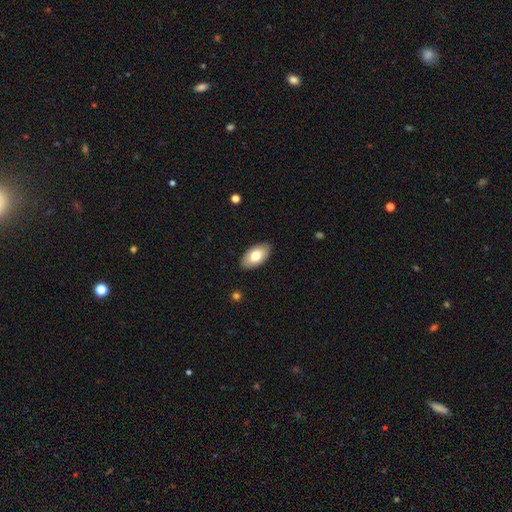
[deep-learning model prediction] A smooth galaxy with no disk features (75%) that is in between round and cigar-shaped (95%).

Vote fractions:
- Smooth or featured? smooth: 75% / featured or disk: 18% / star or artifact: 6%
- How rounded? in between: 95% / round: 3% / cigar-shaped: 2%
- Merging? none: 88% / minor disturbance: 9% / major disturbance: 2% / merger: 1%